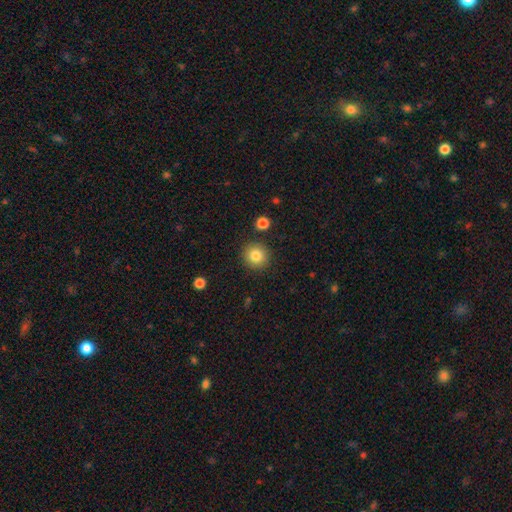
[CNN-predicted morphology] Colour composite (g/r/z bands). It shows a smooth galaxy with no disk features (83%) that is round (93%). Merging: none (89%).